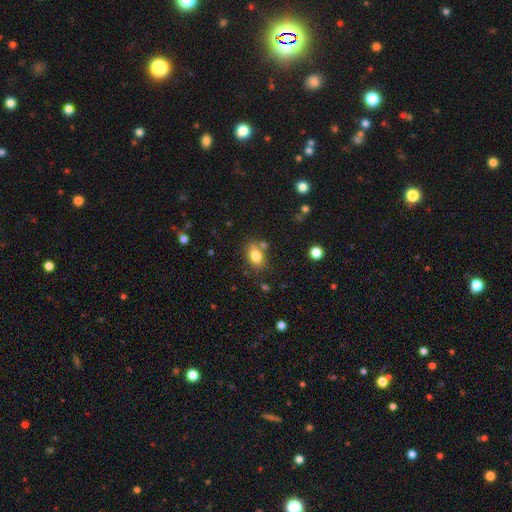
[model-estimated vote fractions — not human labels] smooth 79%, featured or disk 11%, star or artifact 10%. Down the decision tree: how rounded — in between (71%); merging — none (64%).